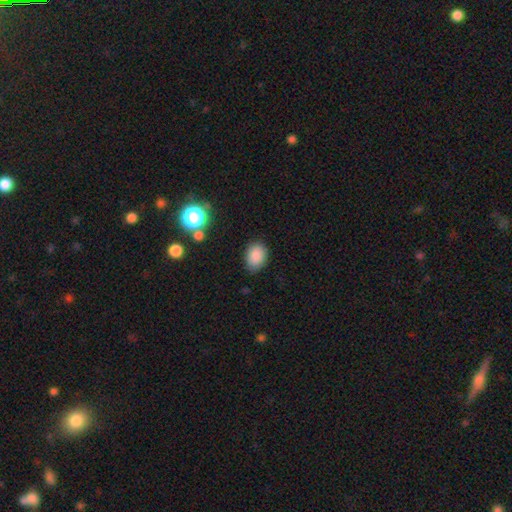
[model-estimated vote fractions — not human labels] Smooth or featured? Predicted: smooth (p=0.85). How rounded? Predicted: in between (p=0.71). Merging? Predicted: none (p=0.79).